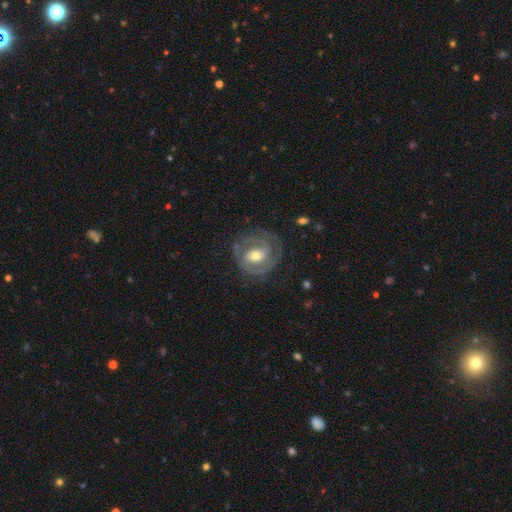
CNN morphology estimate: Smooth or featured?
  - featured or disk: 85% *
  - smooth: 10%
  - star or artifact: 5%
Edge-on disk?
  - no: 97% *
  - yes: 3%
Bar?
  - weak: 42% *
  - no: 38%
  - strong: 21%
Spiral arms?
  - yes: 92% *
  - no: 8%
Spiral winding?
  - tight: 66% *
  - medium: 28%
  - loose: 6%
Spiral arm count?
  - 2: 63% *
  - can't tell: 15%
  - 3: 13%
  - 1: 4%
  - 4: 3%
  - more than 4: 2%
Bulge size?
  - moderate: 64% *
  - small: 31%
  - large: 3%
  - none: 1%
  - dominant: 1%
Merging?
  - none: 77% *
  - minor disturbance: 15%
  - major disturbance: 7%
  - merger: 1%